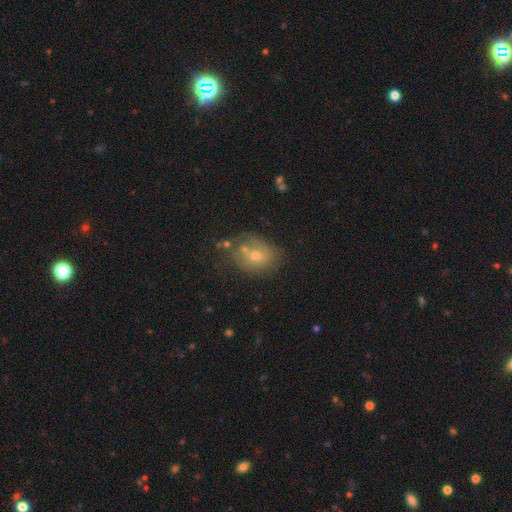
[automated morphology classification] smooth_or_featured: smooth (p=0.58) [alt: featured or disk p=0.27]
how_rounded: round (p=0.50) [alt: in between p=0.49]
merging: none (p=0.53) [alt: minor disturbance p=0.20]